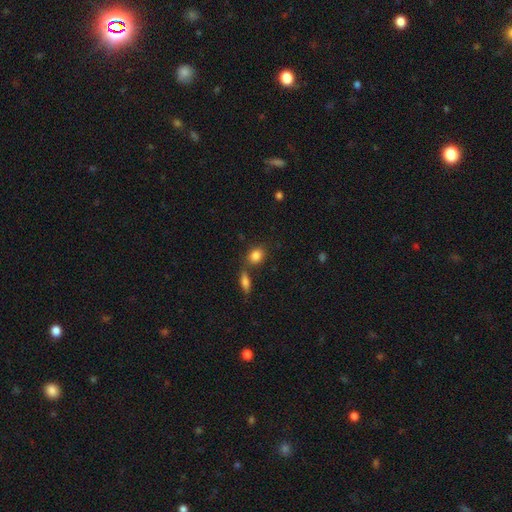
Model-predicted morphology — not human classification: Smooth or featured: smooth — 84% (star or artifact — 9%)
How rounded: in between — 53% (round — 44%)
Merging: none — 65% (merger — 18%)